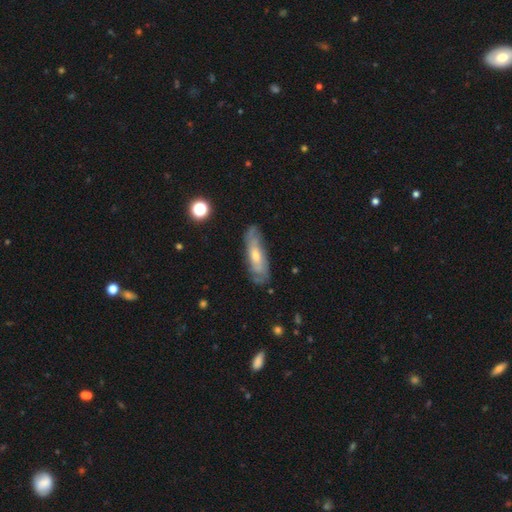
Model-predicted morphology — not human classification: Smooth or featured? Predicted: featured or disk (p=0.63). Edge-on disk? Predicted: no (p=0.71). Merging? Predicted: none (p=0.76).